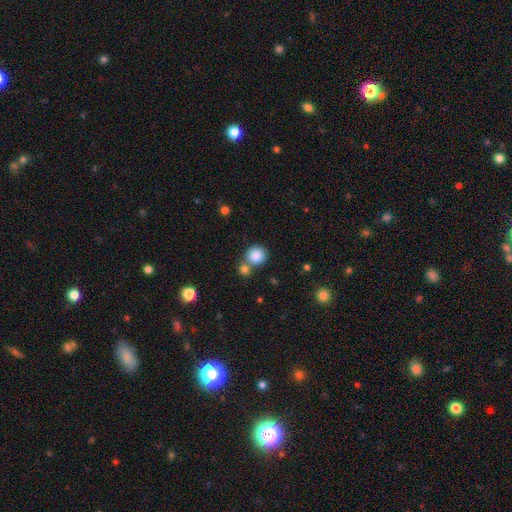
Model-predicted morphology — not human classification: Q: Smooth or featured?
A: smooth (86%); runner-up: star or artifact (9%)
Q: How rounded?
A: round (89%); runner-up: in between (10%)
Q: Merging?
A: none (63%); runner-up: merger (25%)